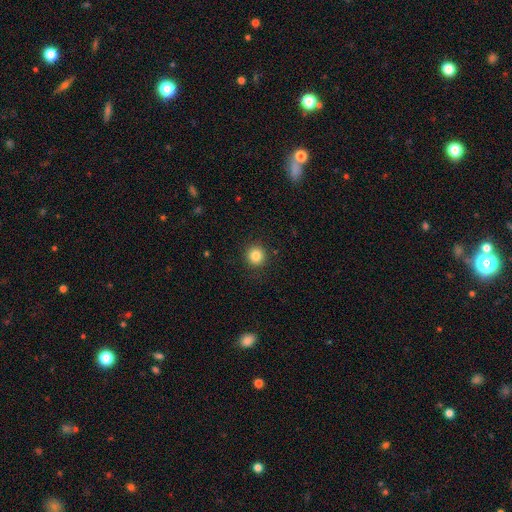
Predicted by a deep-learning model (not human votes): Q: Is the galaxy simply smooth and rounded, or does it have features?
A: smooth — 84%.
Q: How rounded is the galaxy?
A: round — 94%.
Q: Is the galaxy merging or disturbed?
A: none — 91%.